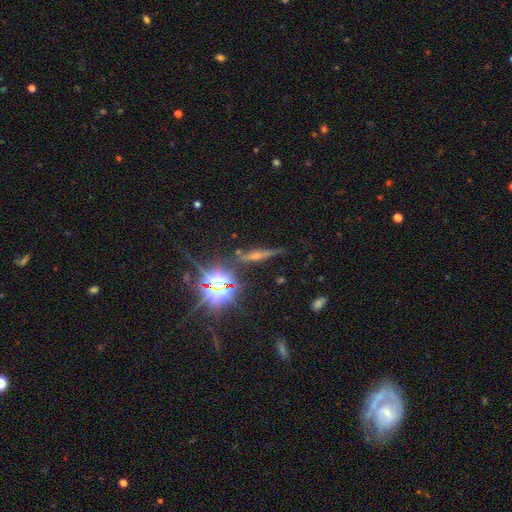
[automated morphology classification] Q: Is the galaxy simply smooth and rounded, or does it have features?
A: featured or disk — 52%.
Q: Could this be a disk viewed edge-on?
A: yes — 93%.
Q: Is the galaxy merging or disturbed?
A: none — 83%.